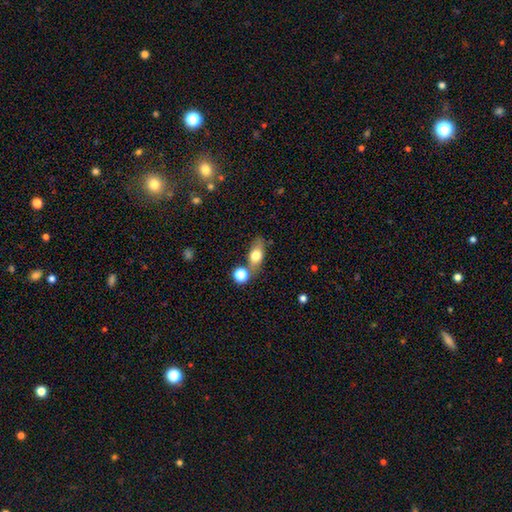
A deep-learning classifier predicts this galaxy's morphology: A smooth galaxy with no disk features (71%) that is in between round and cigar-shaped (73%). Merging: none (63%).